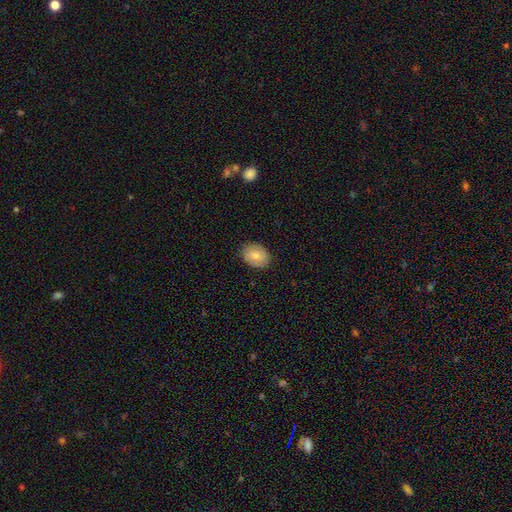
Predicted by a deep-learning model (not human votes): This appears to be a smooth galaxy with no disk features (75%) that is in between round and cigar-shaped (63%). Merging: none (86%).